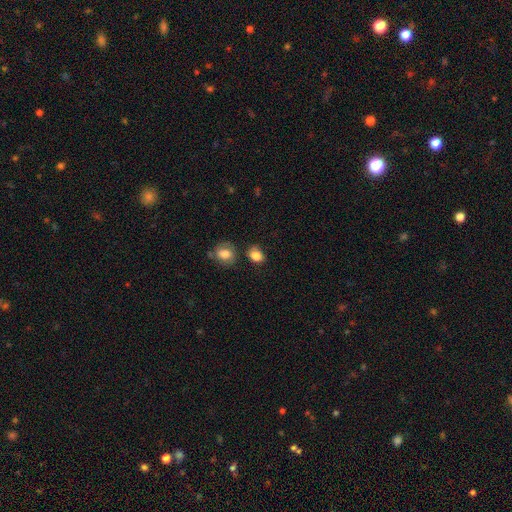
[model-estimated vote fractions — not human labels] Smooth or featured? Predicted: smooth (p=0.83). How rounded? Predicted: in between (p=0.51). Merging? Predicted: none (p=0.57).